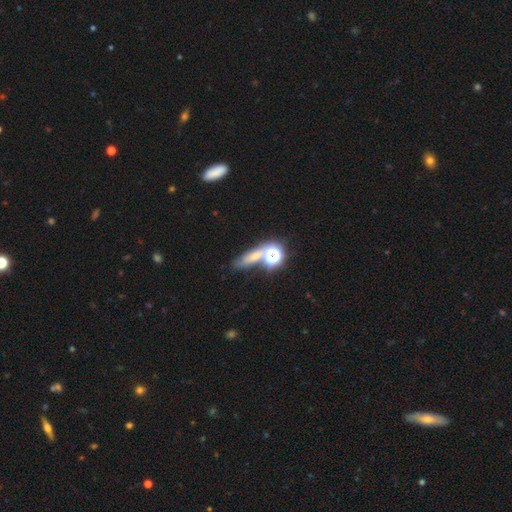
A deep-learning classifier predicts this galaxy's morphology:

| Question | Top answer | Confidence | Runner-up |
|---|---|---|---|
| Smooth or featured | smooth | 44% | star or artifact (40%) |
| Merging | none | 58% | merger (20%) |